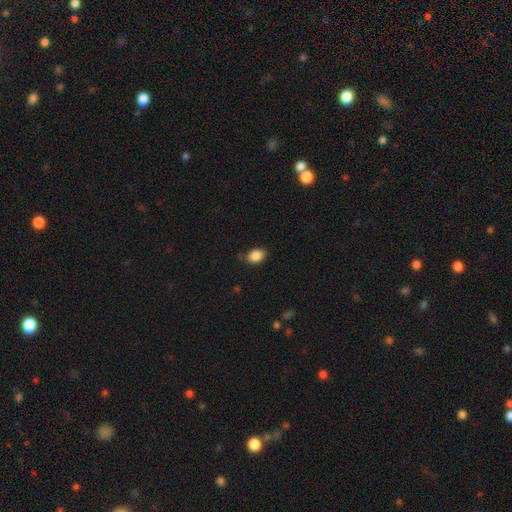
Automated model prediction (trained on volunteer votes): This is clearly a smooth galaxy (87%). How rounded: likely in between (73%). Merging: likely none (75%).